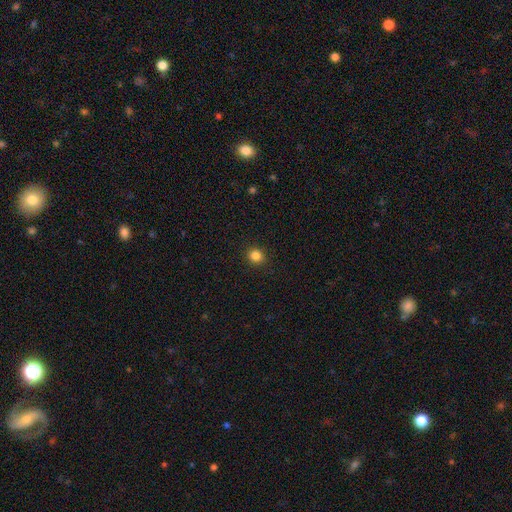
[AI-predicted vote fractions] A smooth galaxy with no disk features (84%) that is round (88%). Merging: none (92%).